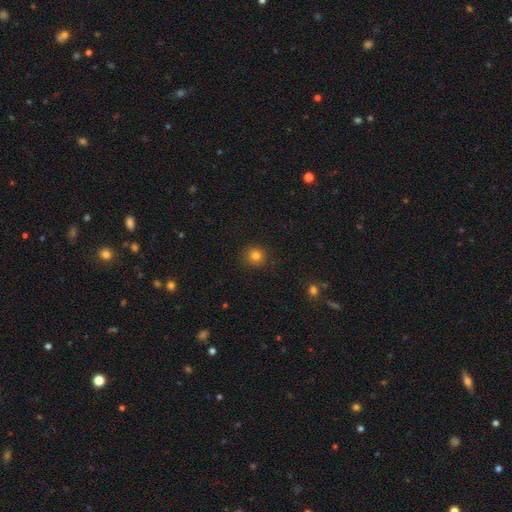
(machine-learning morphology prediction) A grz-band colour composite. It shows a smooth galaxy with no disk features (80%) that is round (90%). Merging: none (88%).